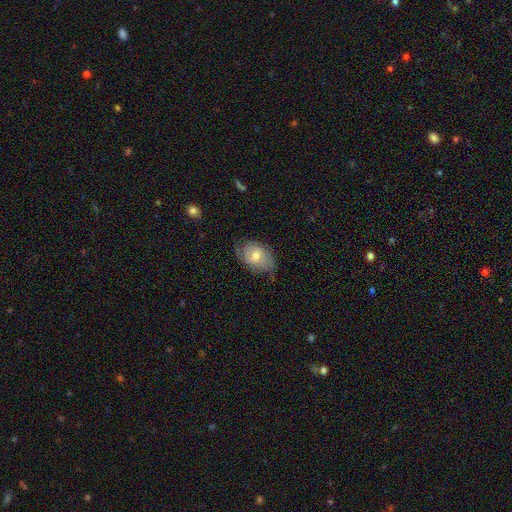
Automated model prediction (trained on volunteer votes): This is possibly a smooth galaxy (50%). Merging: possibly none (59%).